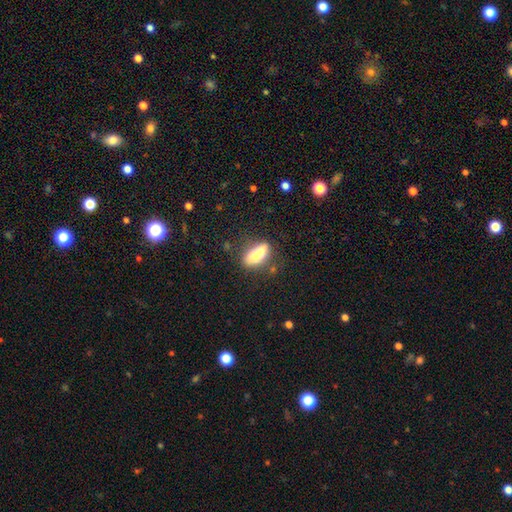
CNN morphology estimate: A smooth galaxy with no disk features (64%) that is in between round and cigar-shaped (74%). Merging: none (49%).